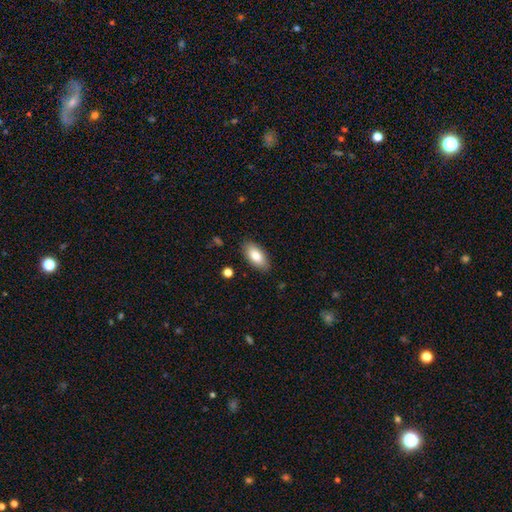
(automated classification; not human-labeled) smooth_or_featured: smooth (p=0.83) [alt: featured or disk p=0.11]
how_rounded: in between (p=0.91) [alt: cigar-shaped p=0.07]
merging: none (p=0.87) [alt: minor disturbance p=0.09]